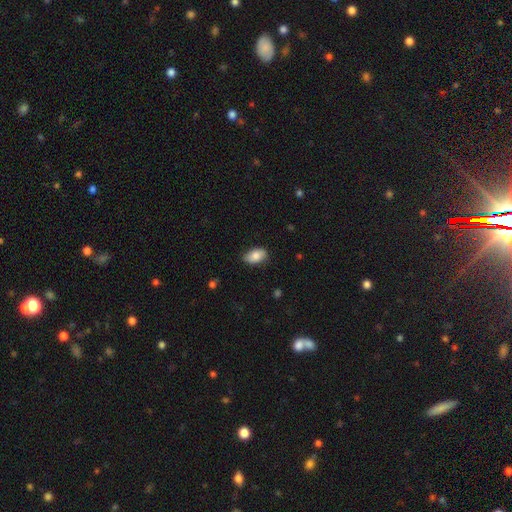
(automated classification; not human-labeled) Smooth or featured? Predicted: smooth (p=0.81). How rounded? Predicted: in between (p=0.93). Merging? Predicted: none (p=0.81).